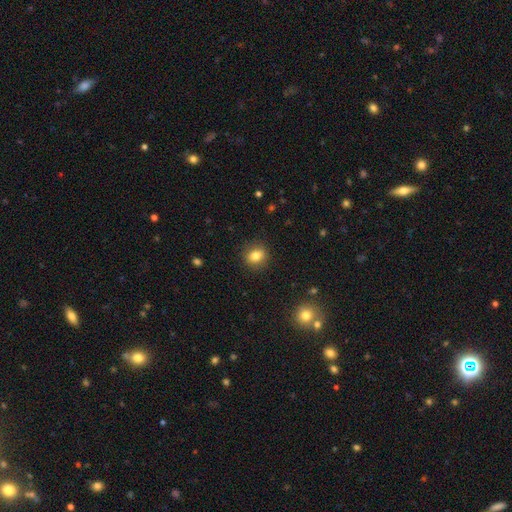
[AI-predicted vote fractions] Smooth or featured? Predicted: smooth (p=0.81). How rounded? Predicted: round (p=0.67). Merging? Predicted: none (p=0.88).